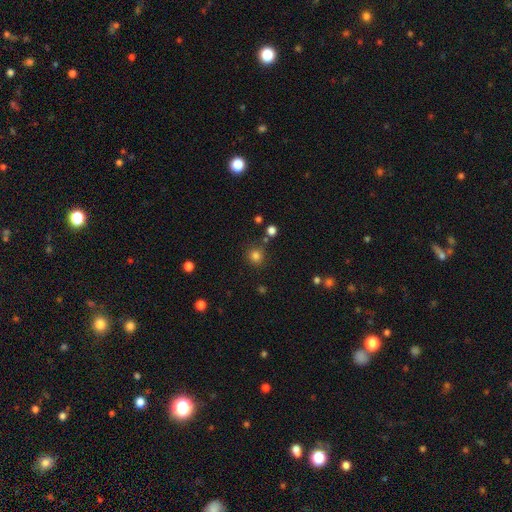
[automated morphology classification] type=smooth (80%); roundness=round (92%); merging=none (82%).